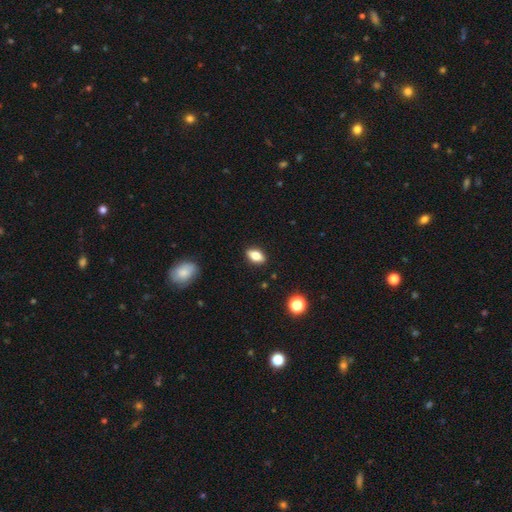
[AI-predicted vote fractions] The model was most divided on "smooth or featured": smooth: 76%, featured or disk: 15%, star or artifact: 9%. More confident: merging — none (88%); how rounded — in between (85%).